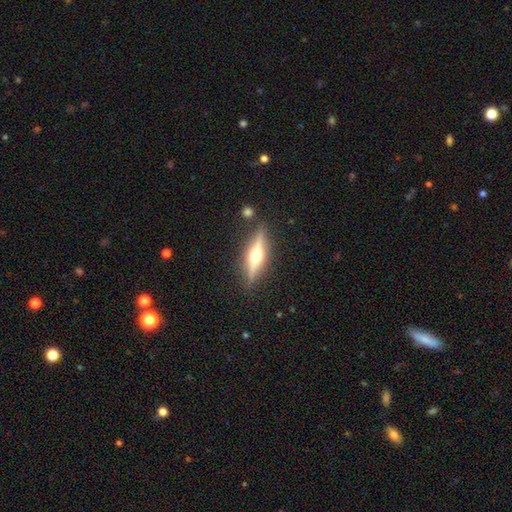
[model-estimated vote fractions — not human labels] featured or disk 72%, smooth 22%, star or artifact 6%. Down the decision tree: edge-on disk — yes (96%); edge-on bulge — rounded (95%); merging — none (86%).